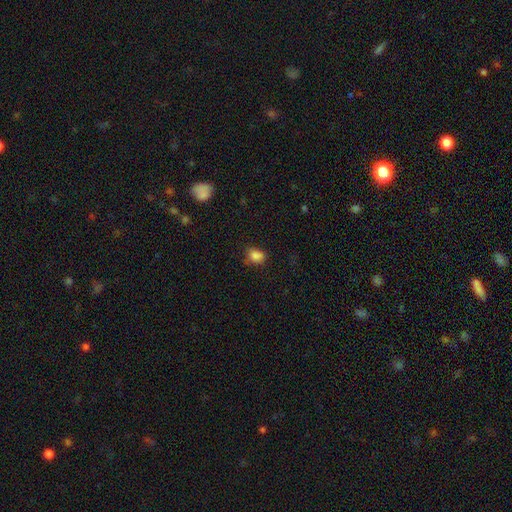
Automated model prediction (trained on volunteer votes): A smooth galaxy with no disk features (84%) that is in between round and cigar-shaped (64%).

Vote fractions:
- Smooth or featured? smooth: 84% / star or artifact: 11% / featured or disk: 4%
- How rounded? in between: 64% / round: 35% / cigar-shaped: 1%
- Merging? none: 69% / minor disturbance: 23% / major disturbance: 6% / merger: 2%